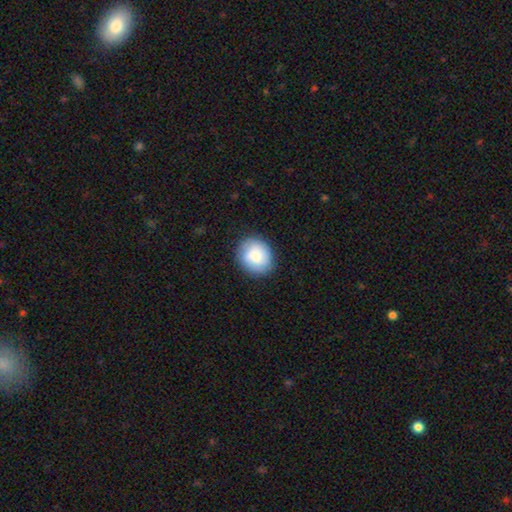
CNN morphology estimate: A smooth galaxy with no disk features (70%) that is round (67%).

Vote fractions:
- Smooth or featured? smooth: 70% / featured or disk: 23% / star or artifact: 7%
- How rounded? round: 67% / in between: 32% / cigar-shaped: 1%
- Merging? none: 84% / minor disturbance: 12% / major disturbance: 3% / merger: 1%